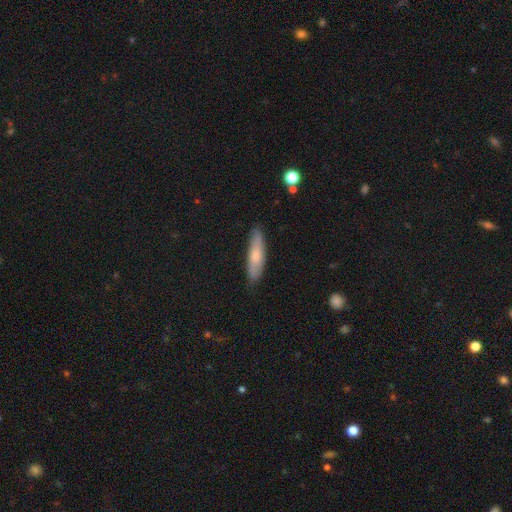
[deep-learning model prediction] smooth-or-featured: smooth: 66% | featured or disk: 28% | star or artifact: 6%
  how-rounded: cigar-shaped: 68% | in between: 31% | round: 2%
  merging: none: 82% | minor disturbance: 14% | major disturbance: 2% | merger: 1%